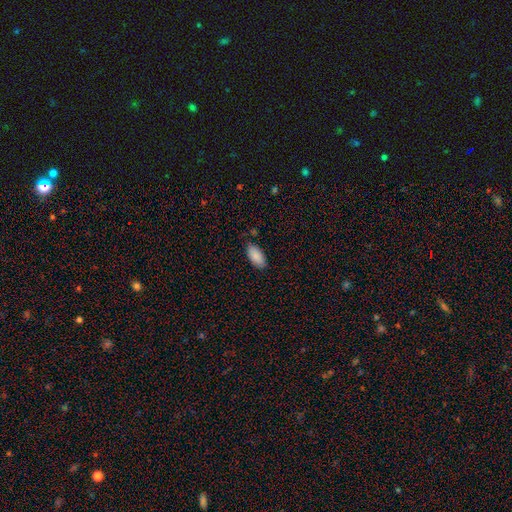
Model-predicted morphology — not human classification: The model was most divided on "merging": none: 82%, minor disturbance: 14%, major disturbance: 3%, merger: 2%. More confident: how rounded — in between (93%); smooth or featured — smooth (88%).